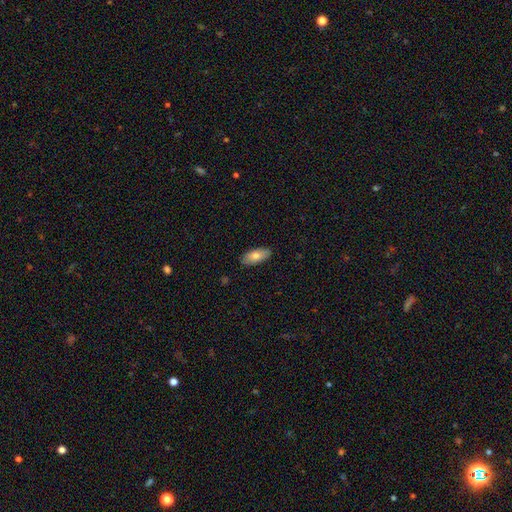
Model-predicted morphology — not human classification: Q: Smooth or featured?
A: smooth (78%); runner-up: featured or disk (16%)
Q: How rounded?
A: in between (85%); runner-up: cigar-shaped (12%)
Q: Merging?
A: none (88%); runner-up: minor disturbance (9%)